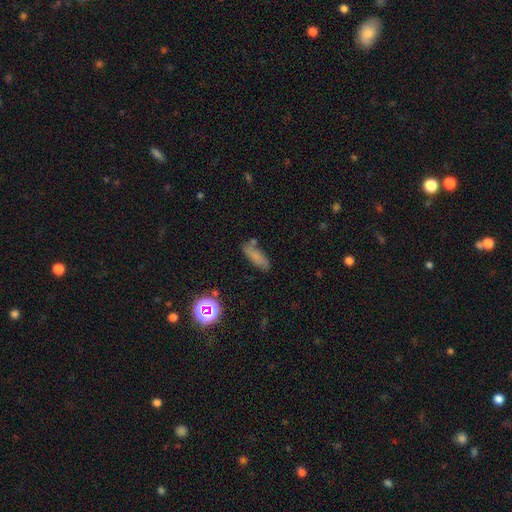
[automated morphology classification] A smooth galaxy with no disk features (69%) that is in between round and cigar-shaped (56%). Merging: none (64%).